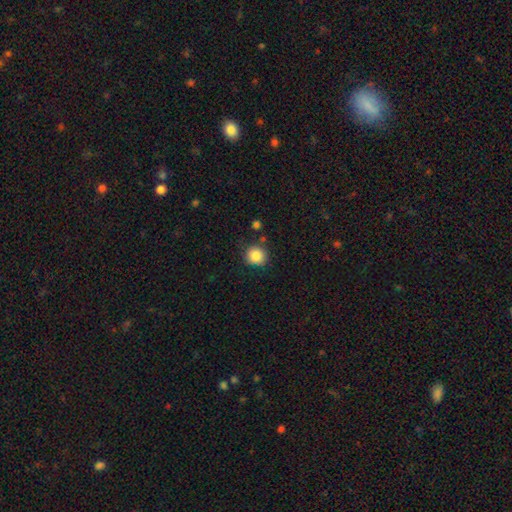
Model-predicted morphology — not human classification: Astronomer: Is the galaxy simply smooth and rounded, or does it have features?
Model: smooth — 85%.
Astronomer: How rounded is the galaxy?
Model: round — 91%.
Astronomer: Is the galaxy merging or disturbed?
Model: none — 81%.